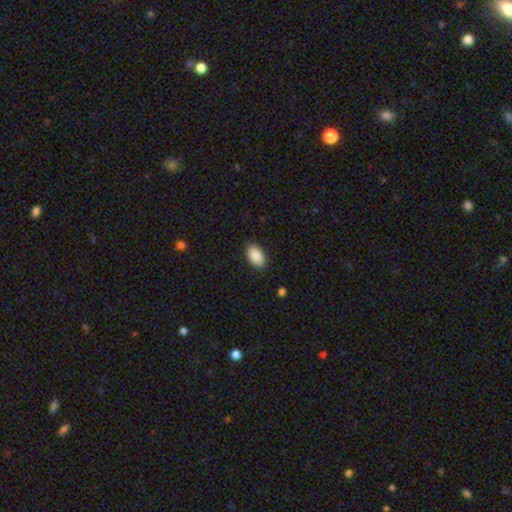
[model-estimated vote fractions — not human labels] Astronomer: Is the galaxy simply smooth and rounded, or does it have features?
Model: smooth — 90%.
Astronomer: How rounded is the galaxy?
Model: in between — 94%.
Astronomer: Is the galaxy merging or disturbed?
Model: none — 88%.